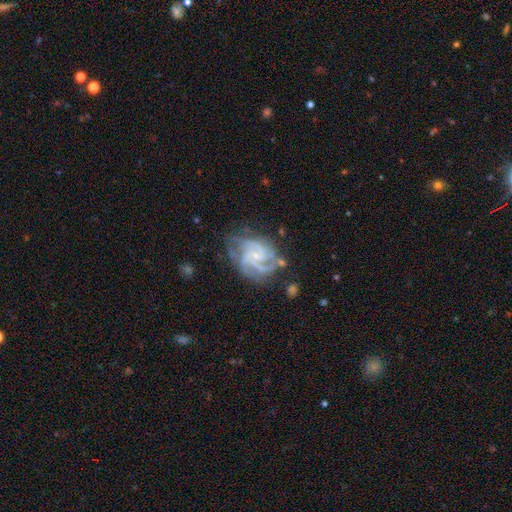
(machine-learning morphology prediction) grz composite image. It shows a featured or disk galaxy (89%) with no bar (52%), 3 (42%) tight (47%) spiral arms (97%) and a small central bulge (73%). Merging: none (62%).